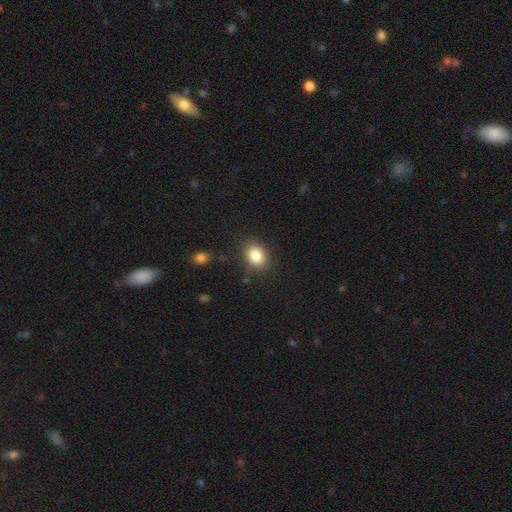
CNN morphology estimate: A smooth galaxy with no disk features (84%) that is in between round and cigar-shaped (55%). Merging: none (85%).